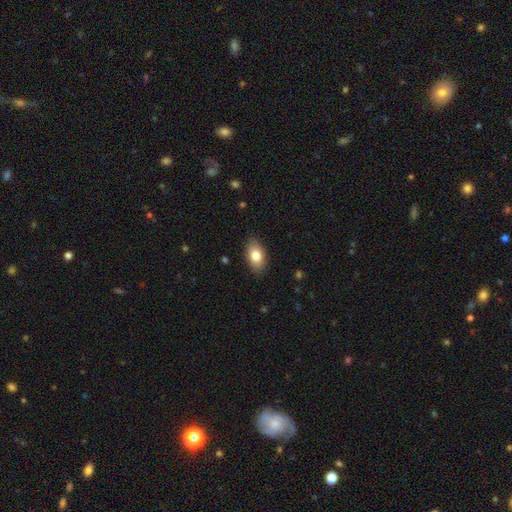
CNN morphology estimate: Smooth or featured? Predicted: smooth (p=0.81). How rounded? Predicted: in between (p=0.91). Merging? Predicted: none (p=0.86).